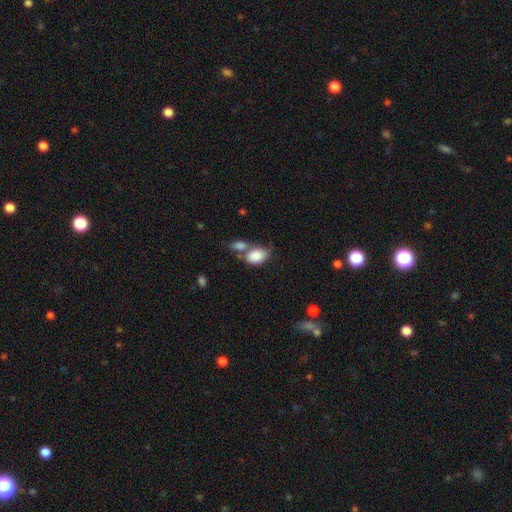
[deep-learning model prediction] Smooth or featured?
  - smooth: 85% *
  - featured or disk: 8%
  - star or artifact: 7%
How rounded?
  - in between: 84% *
  - round: 14%
  - cigar-shaped: 1%
Merging?
  - merger: 47% *
  - none: 32%
  - minor disturbance: 14%
  - major disturbance: 7%